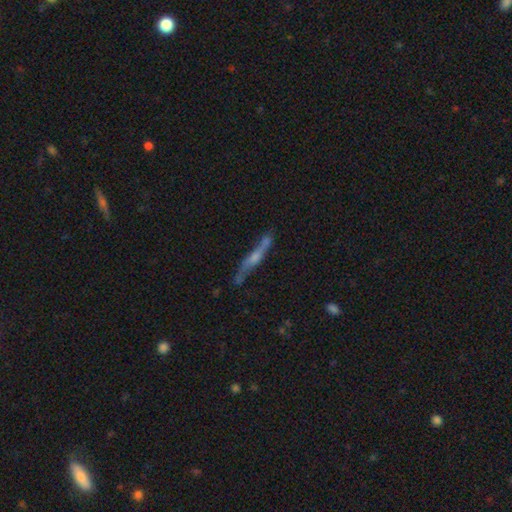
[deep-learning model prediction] Smooth or featured? Predicted: featured or disk (p=0.62). Edge-on disk? Predicted: yes (p=0.81). Edge-on bulge? Predicted: rounded (p=0.53). Merging? Predicted: none (p=0.62).